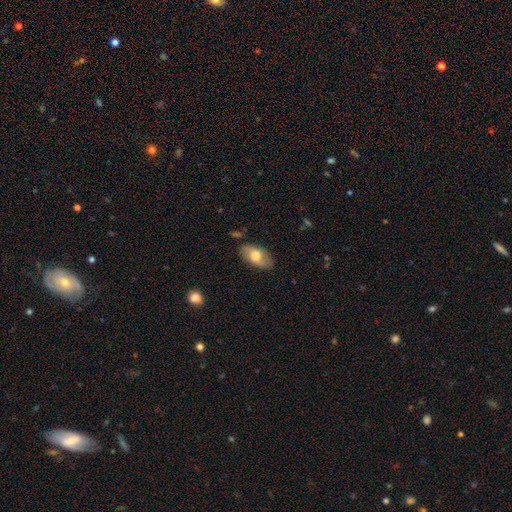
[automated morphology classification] Smooth or featured? Predicted: smooth (p=0.63). How rounded? Predicted: in between (p=0.93). Merging? Predicted: none (p=0.80).